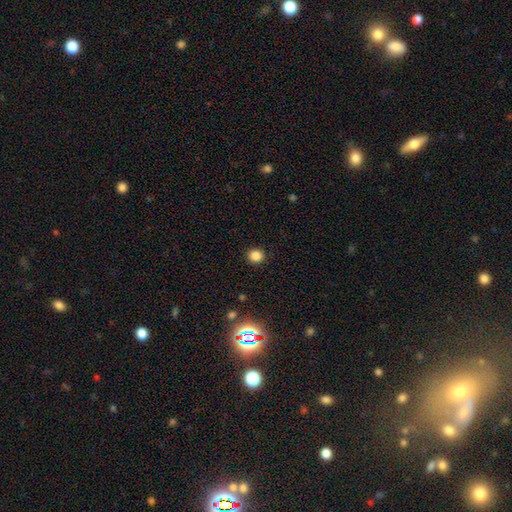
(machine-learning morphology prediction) A smooth galaxy with no disk features (83%) that is round (85%). Merging: none (91%).